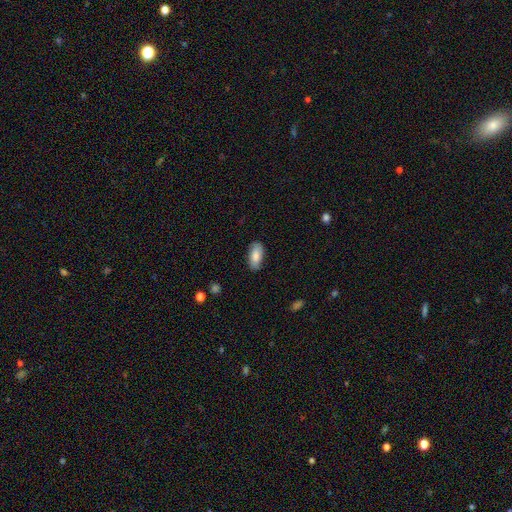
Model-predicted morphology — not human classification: Overall: smooth (83%). How rounded: in between (89%). Merging: none (84%).